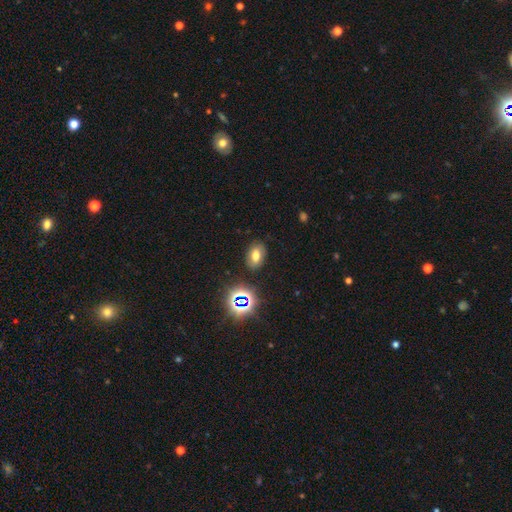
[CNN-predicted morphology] Smooth or featured? smooth (63%)
How rounded? in between (82%)
Merging? none (84%)